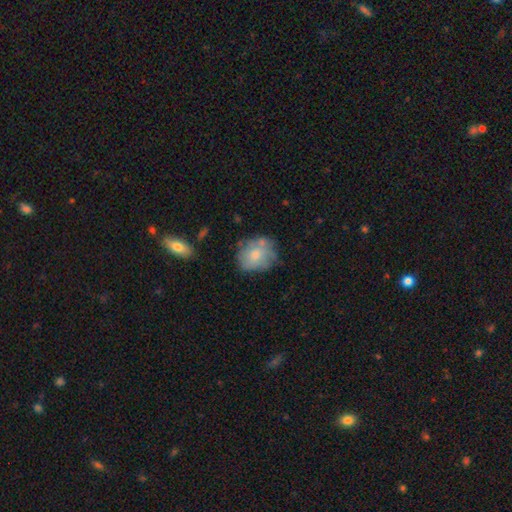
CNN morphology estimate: A smooth galaxy with no disk features (62%) that is round (59%).

Vote fractions:
- Smooth or featured? smooth: 62% / featured or disk: 31% / star or artifact: 7%
- How rounded? round: 59% / in between: 40% / cigar-shaped: 1%
- Merging? none: 56% / minor disturbance: 28% / major disturbance: 11% / merger: 6%